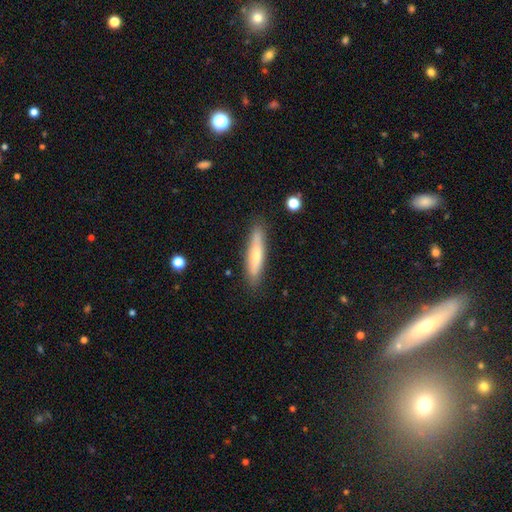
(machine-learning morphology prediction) smooth-or-featured: smooth: 59% | featured or disk: 35% | star or artifact: 6%
  how-rounded: cigar-shaped: 85% | in between: 14% | round: 1%
  merging: none: 86% | minor disturbance: 10% | major disturbance: 2% | merger: 2%